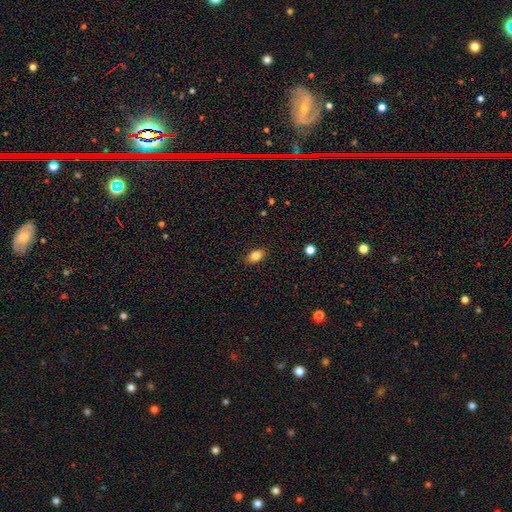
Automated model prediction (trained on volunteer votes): Smooth or featured? smooth (83%)
How rounded? in between (83%)
Merging? none (88%)